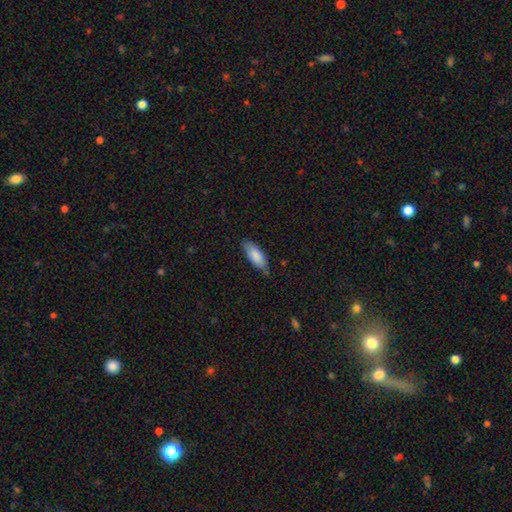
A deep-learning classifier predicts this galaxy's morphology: This is clearly a smooth galaxy (84%). How rounded: likely in between (77%). Merging: likely none (72%).